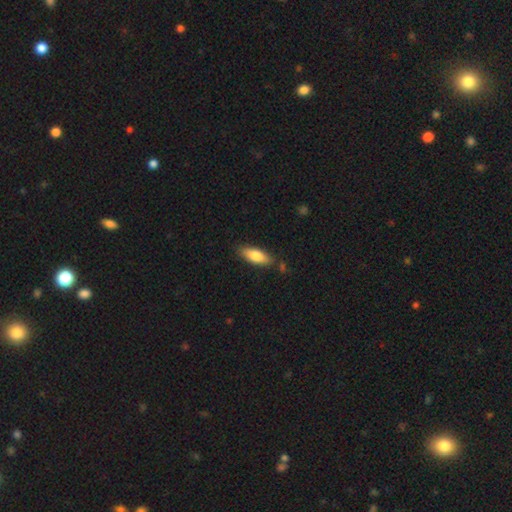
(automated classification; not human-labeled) Morphology: type=smooth (78%); roundness=in between (69%); merging=none (81%).